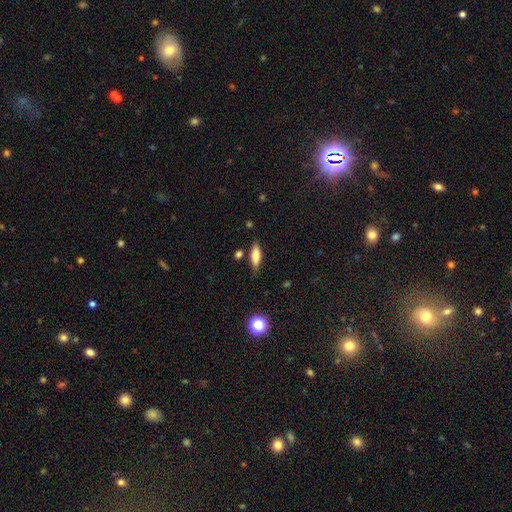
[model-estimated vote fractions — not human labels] Smooth or featured: smooth — 70% (featured or disk — 22%)
How rounded: in between — 50% (cigar-shaped — 47%)
Merging: none — 79% (minor disturbance — 13%)